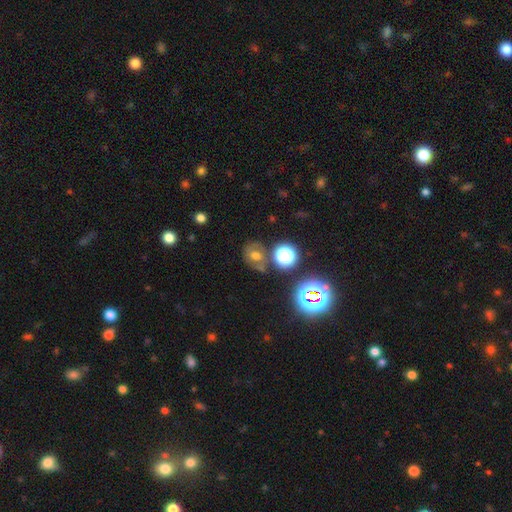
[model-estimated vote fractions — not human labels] Smooth or featured? Predicted: smooth (p=0.47). Merging? Predicted: none (p=0.63).